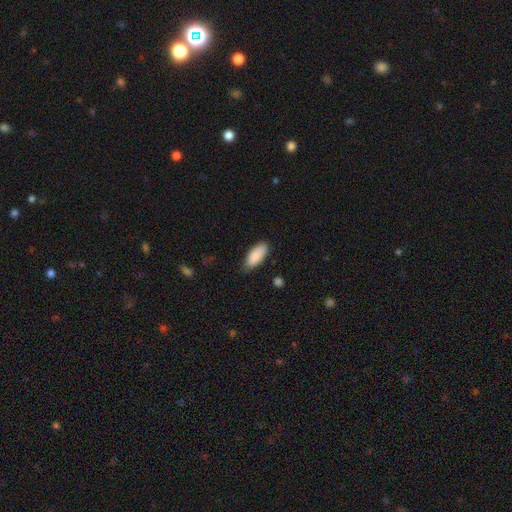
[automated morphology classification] This appears to be a smooth galaxy with no disk features (89%) that is in between round and cigar-shaped (86%). Merging: none (77%).